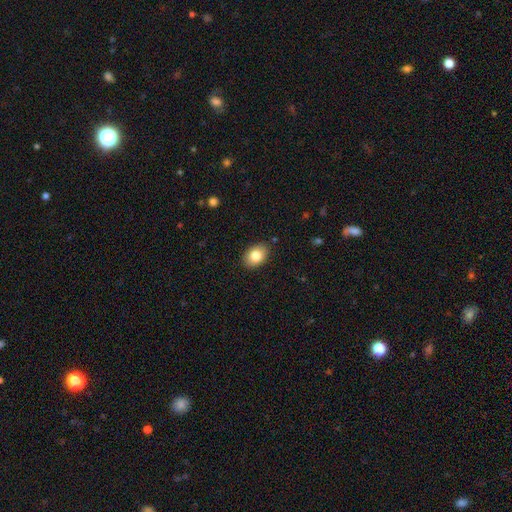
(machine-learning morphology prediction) This is clearly a smooth galaxy (82%). How rounded: likely in between (78%). Merging: clearly none (87%).